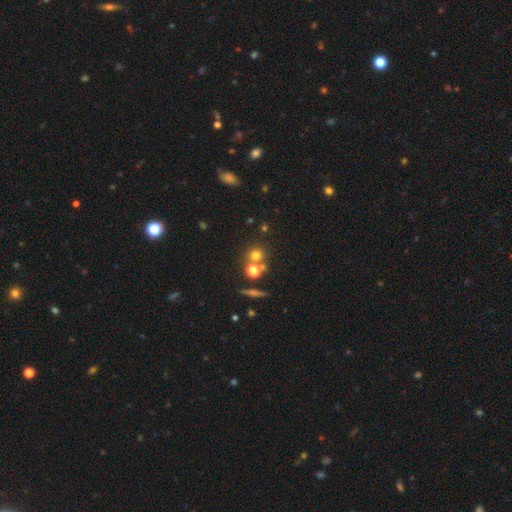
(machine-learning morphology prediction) The model was most divided on "merging": none: 63%, merger: 25%, minor disturbance: 8%, major disturbance: 4%. More confident: how rounded — round (85%); smooth or featured — smooth (68%).